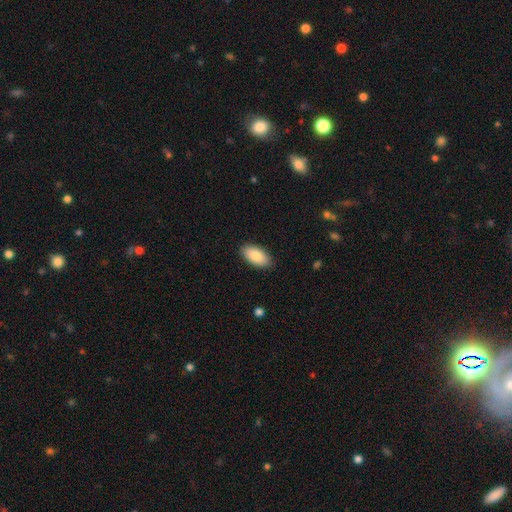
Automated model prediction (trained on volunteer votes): A smooth galaxy with no disk features (87%) that is in between round and cigar-shaped (95%). Merging: none (88%).